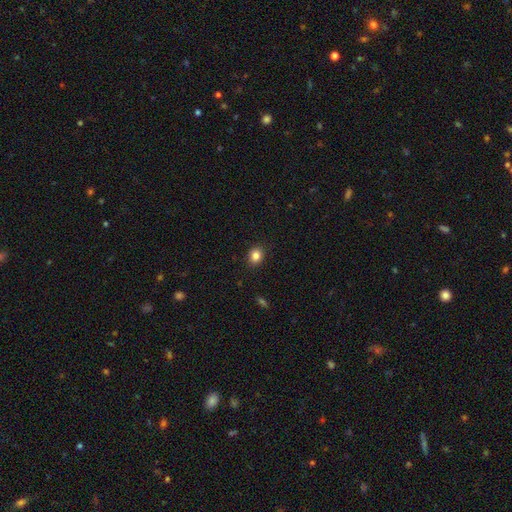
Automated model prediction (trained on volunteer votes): Smooth or featured? smooth (84%)
How rounded? round (64%)
Merging? none (90%)